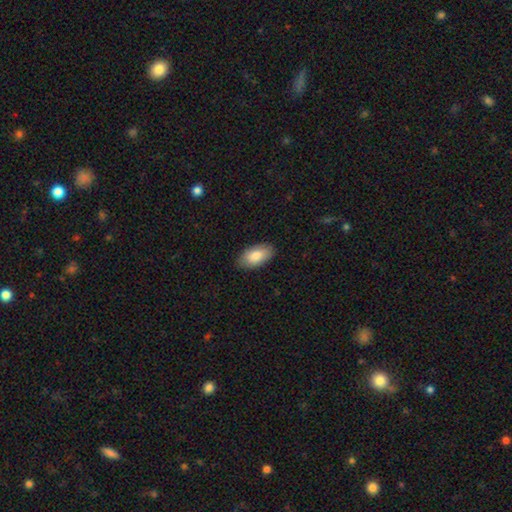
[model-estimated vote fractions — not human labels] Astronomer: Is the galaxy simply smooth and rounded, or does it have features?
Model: smooth — 84%.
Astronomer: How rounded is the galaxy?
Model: in between — 95%.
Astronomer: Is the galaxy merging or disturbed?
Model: none — 86%.